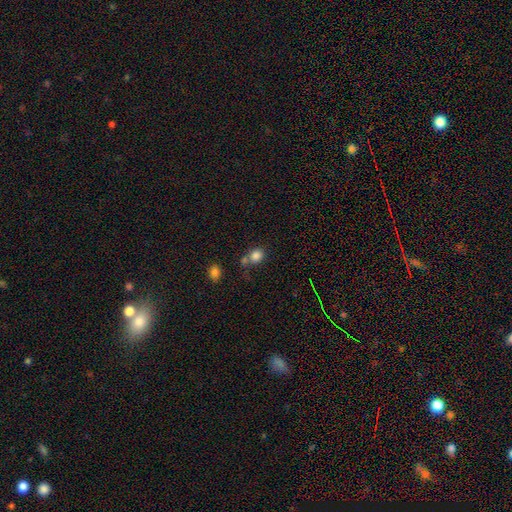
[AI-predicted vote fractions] A smooth galaxy with no disk features (83%) that is round (62%).

Vote fractions:
- Smooth or featured? smooth: 83% / star or artifact: 11% / featured or disk: 6%
- How rounded? round: 62% / in between: 37% / cigar-shaped: 1%
- Merging? none: 52% / merger: 29% / minor disturbance: 13% / major disturbance: 6%